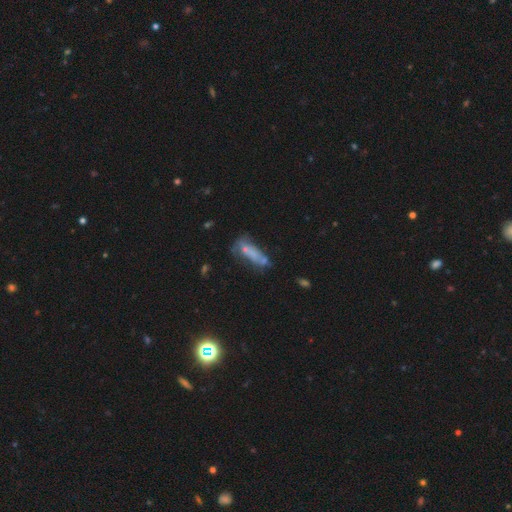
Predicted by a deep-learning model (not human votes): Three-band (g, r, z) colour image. It shows a smooth galaxy with no disk features (42%). Merging: none (41%).